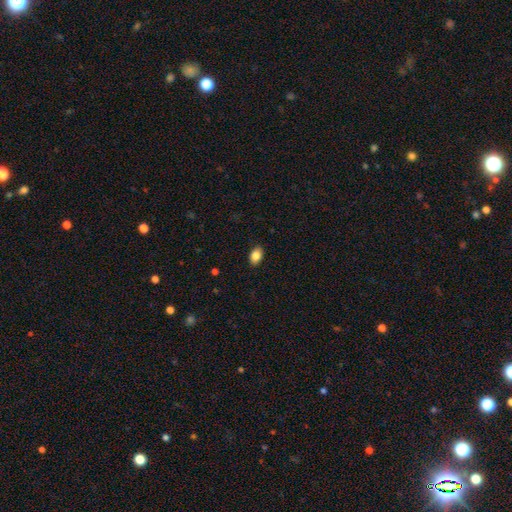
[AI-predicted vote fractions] A smooth galaxy with no disk features (85%) that is in between round and cigar-shaped (86%).

Vote fractions:
- Smooth or featured? smooth: 85% / star or artifact: 8% / featured or disk: 6%
- How rounded? in between: 86% / round: 13% / cigar-shaped: 1%
- Merging? none: 89% / minor disturbance: 8% / major disturbance: 2% / merger: 1%